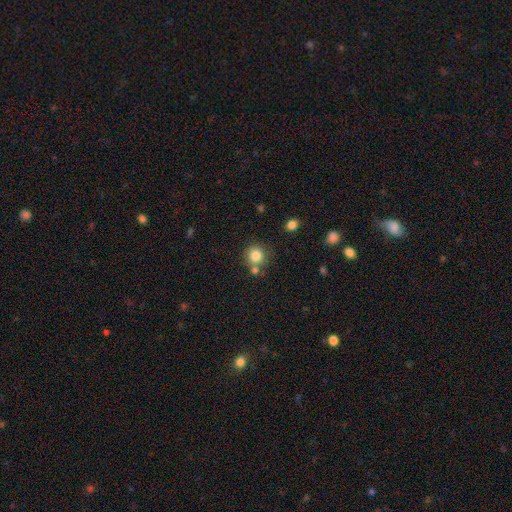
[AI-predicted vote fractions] smooth_or_featured: smooth (p=0.83) [alt: star or artifact p=0.11]
how_rounded: round (p=0.90) [alt: in between p=0.09]
merging: none (p=0.69) [alt: merger p=0.17]